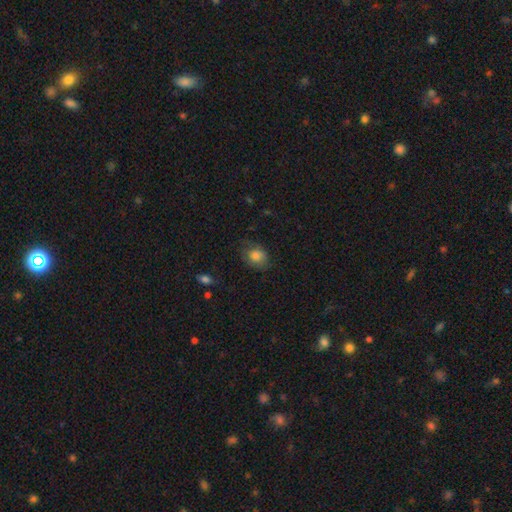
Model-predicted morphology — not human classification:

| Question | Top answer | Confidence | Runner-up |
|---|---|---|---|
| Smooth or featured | smooth | 80% | featured or disk (11%) |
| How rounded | in between | 51% | round (48%) |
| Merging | none | 65% | minor disturbance (24%) |